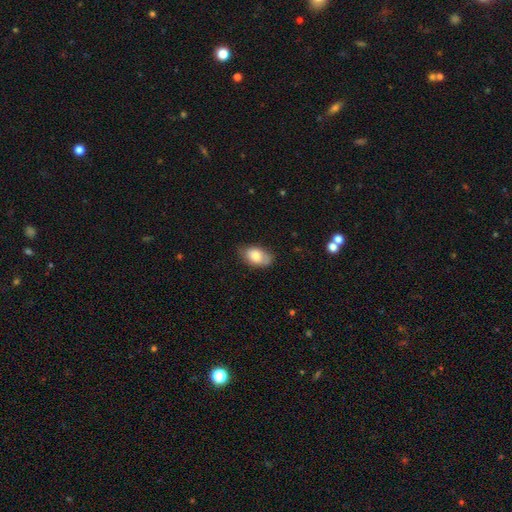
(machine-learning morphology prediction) The model was most divided on "merging": none: 70%, minor disturbance: 24%, major disturbance: 4%, merger: 1%. More confident: how rounded — in between (91%); smooth or featured — smooth (80%).